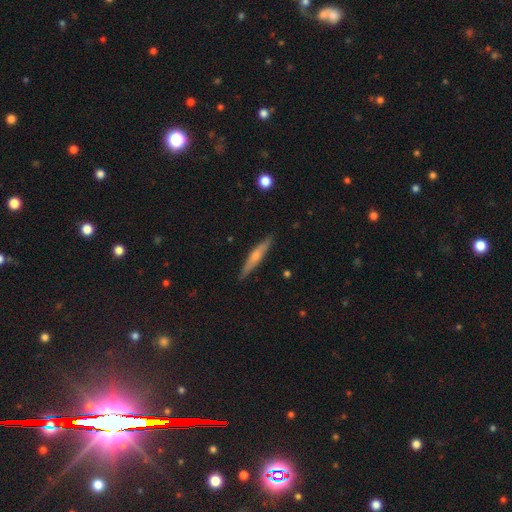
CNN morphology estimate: Smooth or featured: featured or disk — 54% (smooth — 40%)
Edge-on disk: yes — 94% (no — 6%)
Edge-on bulge: rounded — 74% (none — 21%)
Merging: none — 89% (minor disturbance — 8%)